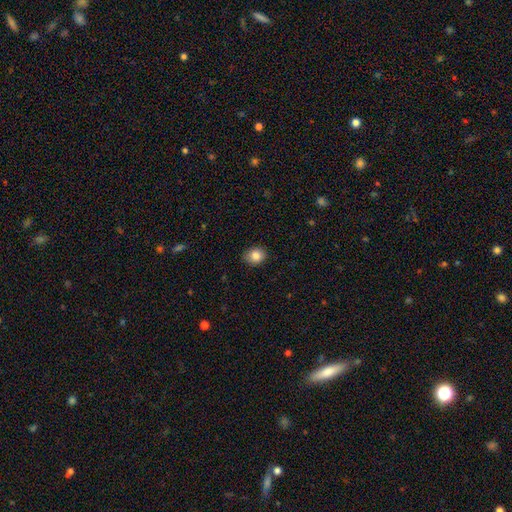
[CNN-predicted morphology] Smooth or featured? Predicted: smooth (p=0.85). How rounded? Predicted: round (p=0.56). Merging? Predicted: none (p=0.85).